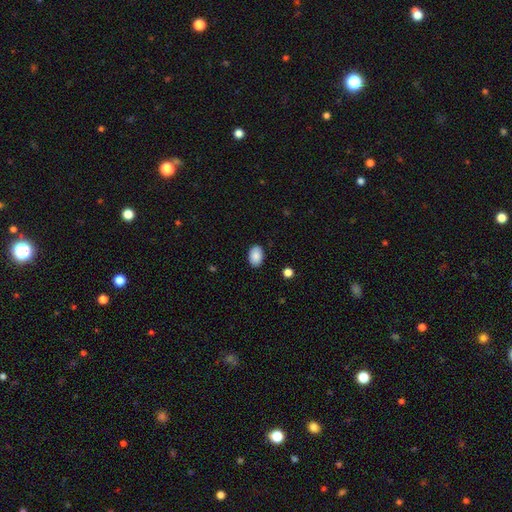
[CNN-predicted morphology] The model was most divided on "how rounded": in between: 87%, round: 12%, cigar-shaped: 1%. More confident: smooth or featured — smooth (89%); merging — none (88%).